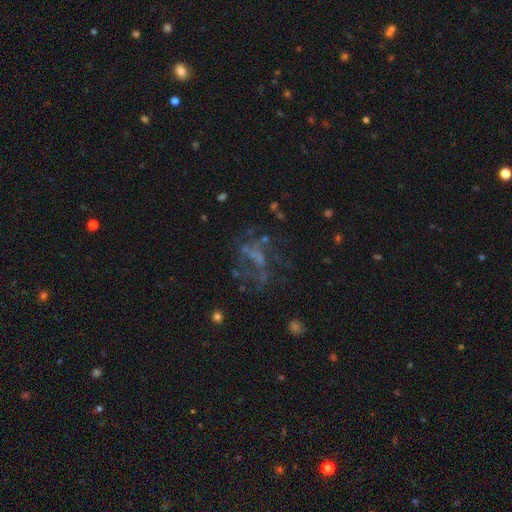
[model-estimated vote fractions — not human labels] Smooth or featured? Predicted: featured or disk (p=0.56). Edge-on disk? Predicted: no (p=0.97). Bar? Predicted: no (p=0.68). Spiral arms? Predicted: no (p=0.66). Bulge size? Predicted: none (p=0.64). Merging? Predicted: none (p=0.45).